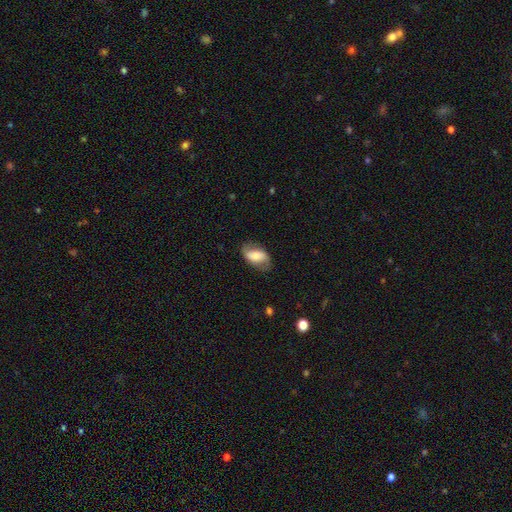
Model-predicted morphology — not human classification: The model was most divided on "smooth or featured": smooth: 52%, featured or disk: 41%, star or artifact: 7%. More confident: how rounded — in between (90%); merging — none (69%).